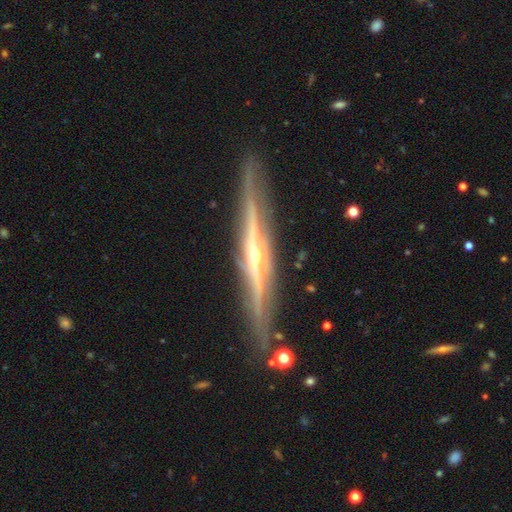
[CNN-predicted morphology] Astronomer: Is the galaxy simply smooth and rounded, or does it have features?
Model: featured or disk — 88%.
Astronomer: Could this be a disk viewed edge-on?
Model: yes — 97%.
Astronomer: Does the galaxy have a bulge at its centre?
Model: rounded — 87%.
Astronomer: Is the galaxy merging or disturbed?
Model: none — 86%.